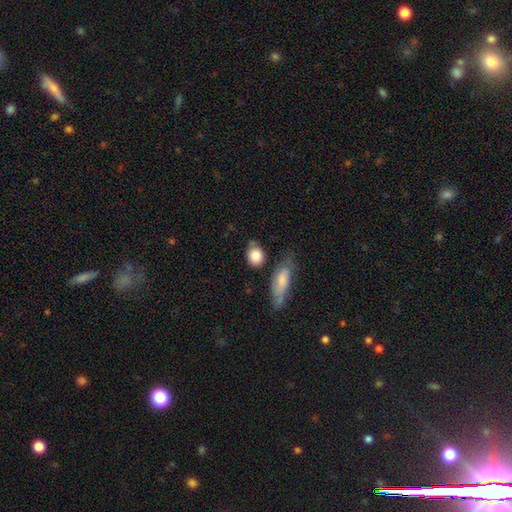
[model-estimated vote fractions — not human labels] This appears to be a smooth galaxy with no disk features (85%) that is round (58%). Merging: none (61%).